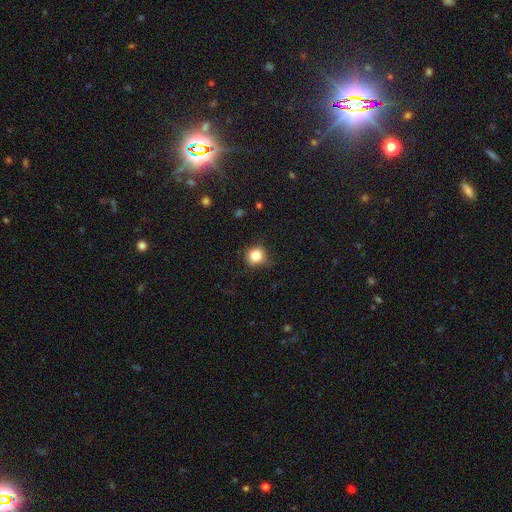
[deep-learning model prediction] Smooth or featured? Predicted: smooth (p=0.82). How rounded? Predicted: round (p=0.90). Merging? Predicted: none (p=0.77).